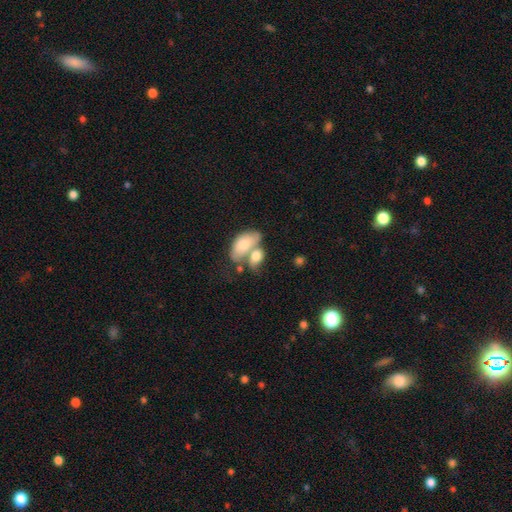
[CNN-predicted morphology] smooth 71%, featured or disk 22%, star or artifact 6%. Down the decision tree: how rounded — in between (88%); merging — merger (61%).